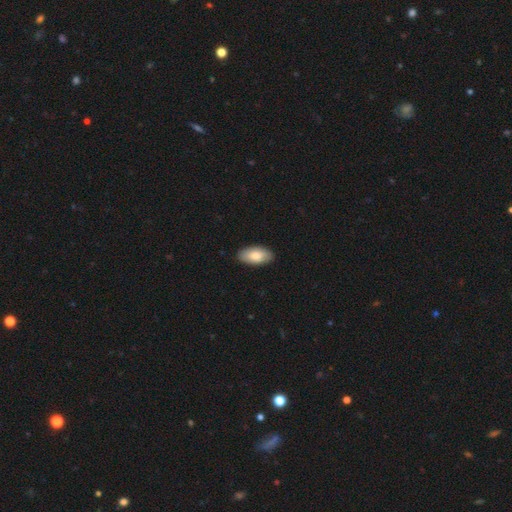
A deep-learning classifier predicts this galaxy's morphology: Smooth or featured?
  - smooth: 83% *
  - featured or disk: 12%
  - star or artifact: 6%
How rounded?
  - in between: 95% *
  - cigar-shaped: 3%
  - round: 3%
Merging?
  - none: 88% *
  - minor disturbance: 10%
  - major disturbance: 2%
  - merger: 1%